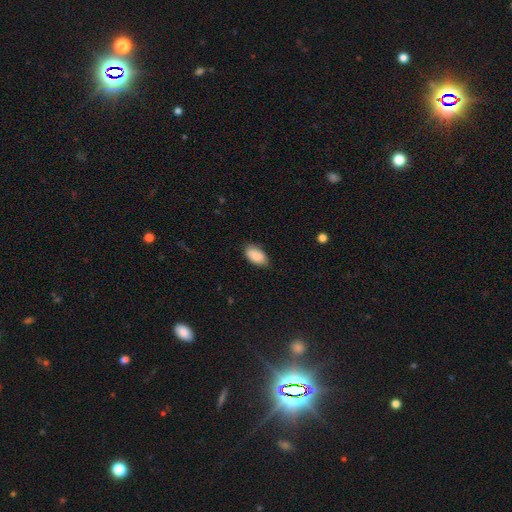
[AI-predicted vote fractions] Q: Smooth or featured?
A: smooth (89%); runner-up: star or artifact (7%)
Q: How rounded?
A: in between (94%); runner-up: round (4%)
Q: Merging?
A: none (76%); runner-up: minor disturbance (20%)